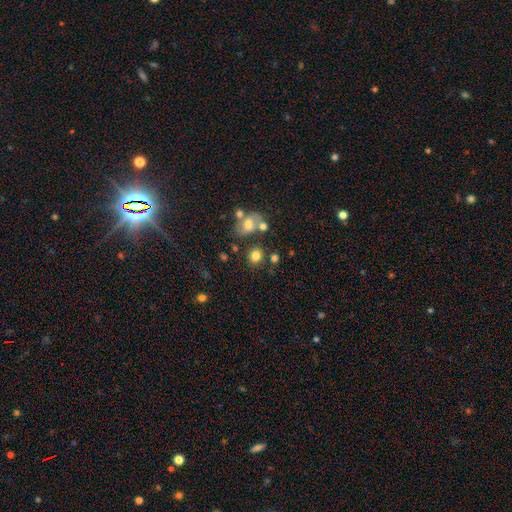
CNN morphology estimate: smooth 78%, star or artifact 12%, featured or disk 10%. Down the decision tree: how rounded — round (71%); merging — none (70%).